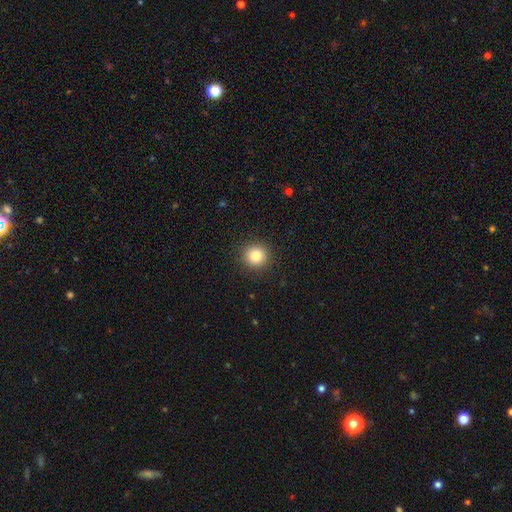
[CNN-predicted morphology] smooth-or-featured: smooth: 83% | star or artifact: 11% | featured or disk: 6%
  how-rounded: round: 94% | in between: 5% | cigar-shaped: 1%
  merging: none: 92% | minor disturbance: 5% | major disturbance: 2% | merger: 1%